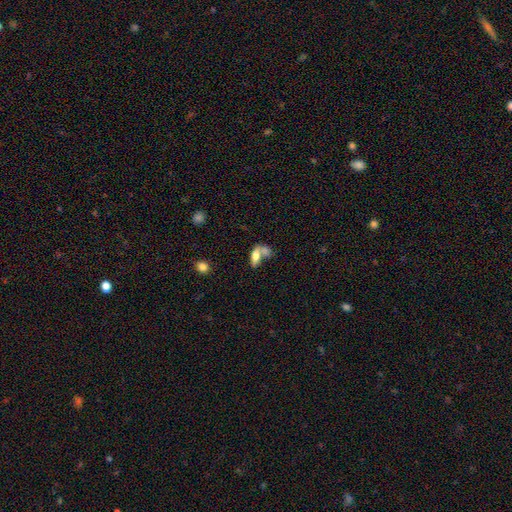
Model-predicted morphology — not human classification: This appears to be a smooth galaxy with no disk features (68%) that is in between round and cigar-shaped (78%). Merging: merger (53%).